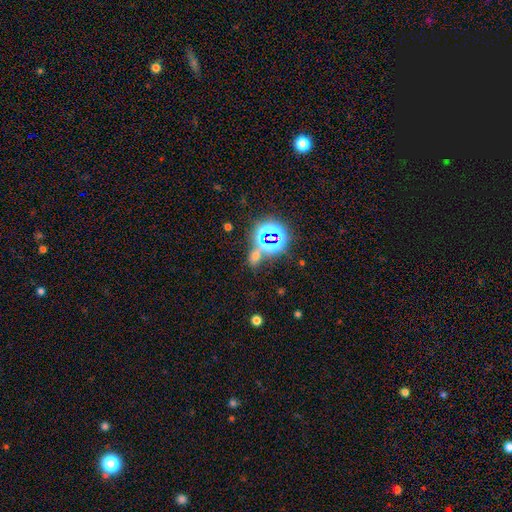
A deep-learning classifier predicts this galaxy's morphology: A star or artifact, not a galaxy (53%).